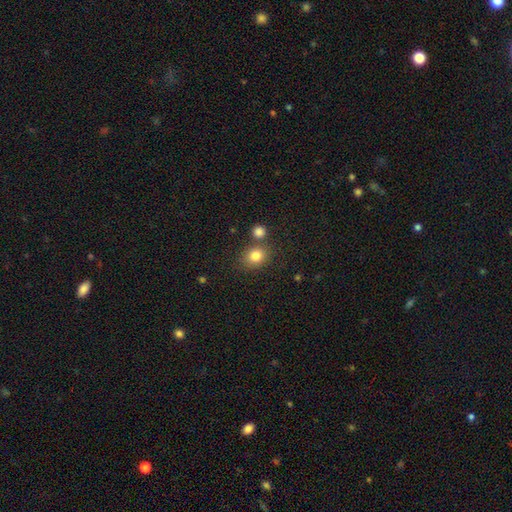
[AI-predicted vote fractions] Smooth or featured? Predicted: smooth (p=0.83). How rounded? Predicted: round (p=0.65). Merging? Predicted: none (p=0.70).